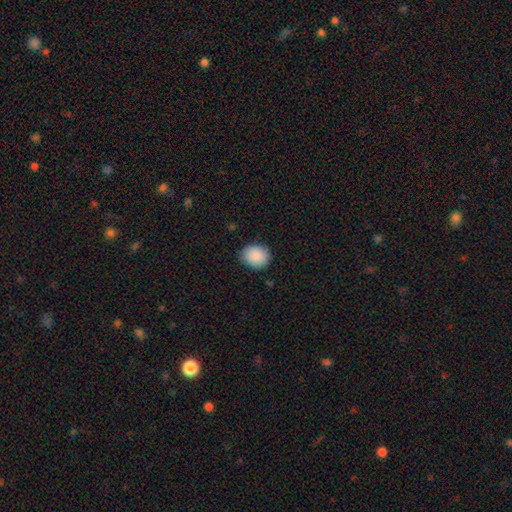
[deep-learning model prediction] Smooth or featured: smooth — 89% (star or artifact — 7%)
How rounded: round — 65% (in between — 34%)
Merging: none — 84% (minor disturbance — 12%)